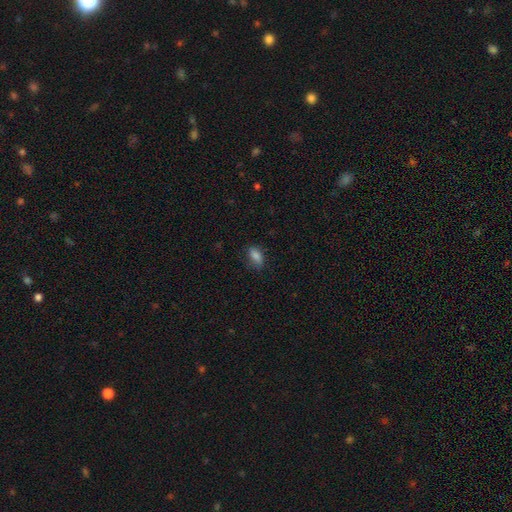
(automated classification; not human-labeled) Smooth or featured? Predicted: smooth (p=0.82). How rounded? Predicted: in between (p=0.88). Merging? Predicted: none (p=0.68).